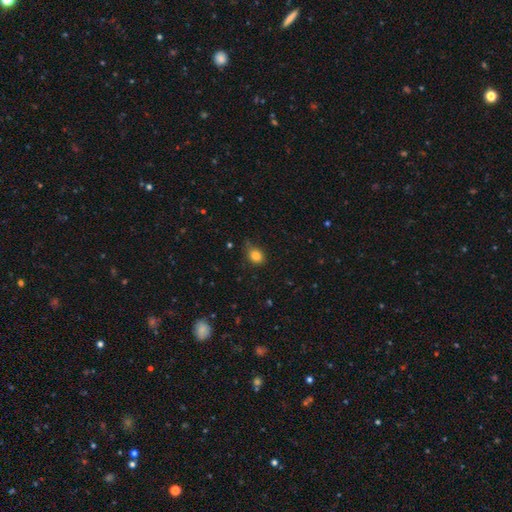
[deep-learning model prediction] Morphology: type=smooth (83%); roundness=round (55%); merging=none (73%).